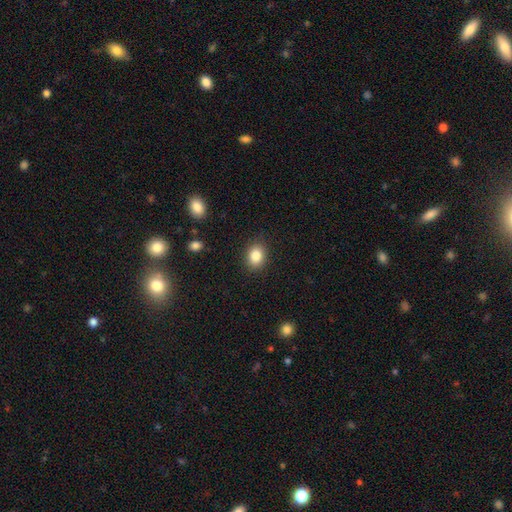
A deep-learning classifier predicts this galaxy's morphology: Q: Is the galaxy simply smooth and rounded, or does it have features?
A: smooth — 85%.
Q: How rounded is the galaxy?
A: in between — 58%.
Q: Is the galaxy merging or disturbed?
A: none — 87%.